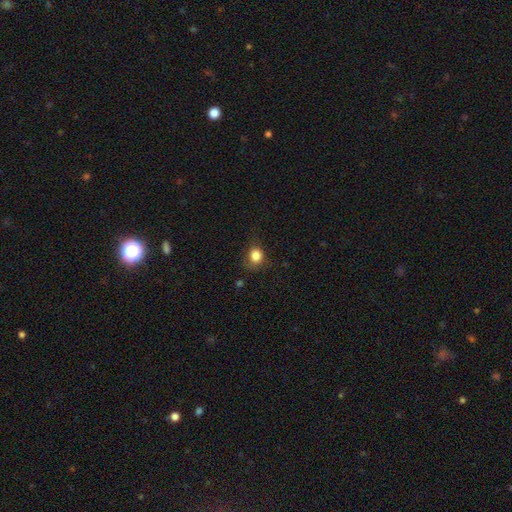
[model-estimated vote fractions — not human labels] The model was most divided on "how rounded": round: 70%, in between: 29%, cigar-shaped: 1%. More confident: smooth or featured — smooth (84%); merging — none (71%).